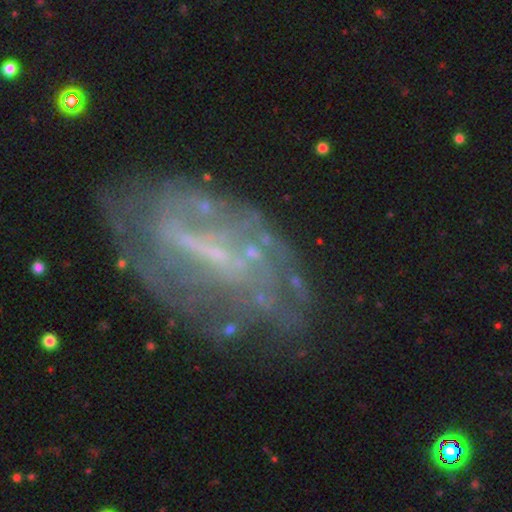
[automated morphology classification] This appears to be a featured or disk galaxy (77%) with a weak bar (39%), spiral arms (59%) and a small central bulge (45%). Merging: none (52%).